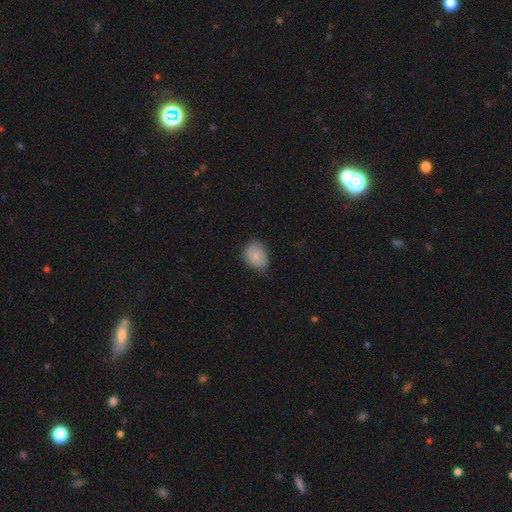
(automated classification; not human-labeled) smooth_or_featured: smooth (p=0.84) [alt: featured or disk p=0.09]
how_rounded: in between (p=0.66) [alt: round p=0.33]
merging: none (p=0.71) [alt: minor disturbance p=0.24]